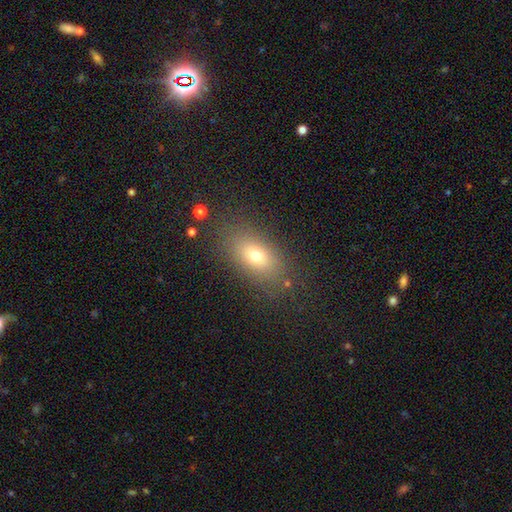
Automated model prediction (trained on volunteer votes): The model was most divided on "smooth or featured": smooth: 71%, featured or disk: 16%, star or artifact: 14%. More confident: merging — none (82%); how rounded — in between (79%).